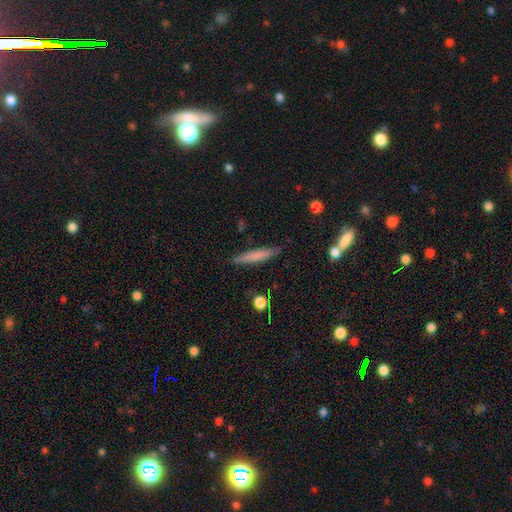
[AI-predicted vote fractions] Morphology: type=smooth (68%); roundness=cigar-shaped (93%); merging=none (86%).